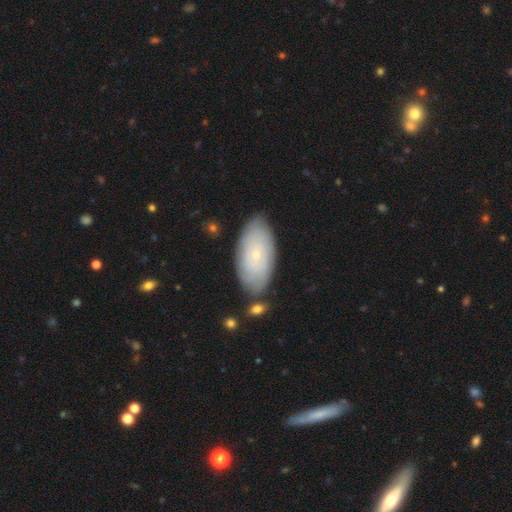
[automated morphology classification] Smooth or featured? smooth (47%)
Merging? none (76%)